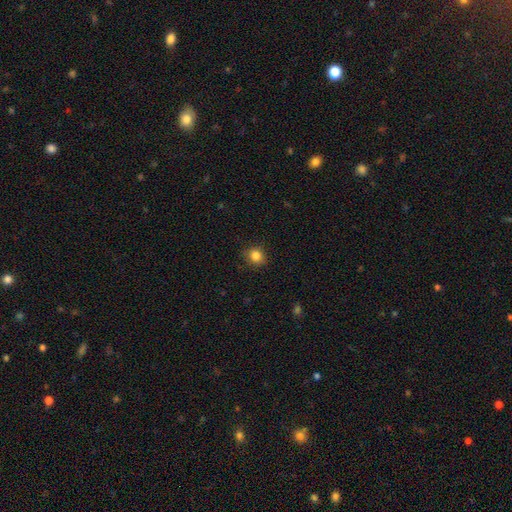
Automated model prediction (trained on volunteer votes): Smooth or featured?
  - smooth: 85% *
  - star or artifact: 11%
  - featured or disk: 4%
How rounded?
  - round: 79% *
  - in between: 20%
  - cigar-shaped: 1%
Merging?
  - none: 86% *
  - minor disturbance: 10%
  - major disturbance: 3%
  - merger: 1%